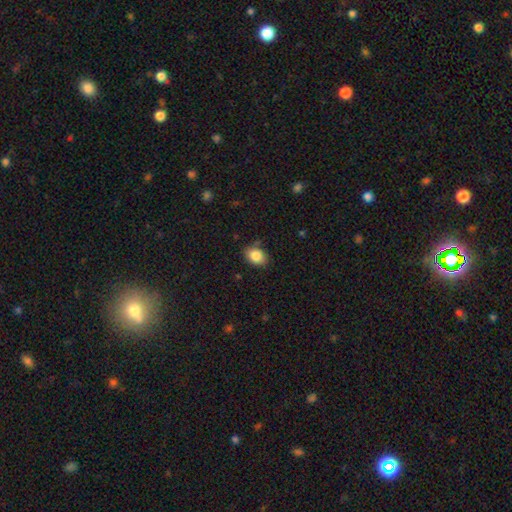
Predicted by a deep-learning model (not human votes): A smooth galaxy with no disk features (86%) that is in between round and cigar-shaped (74%). Merging: none (79%).